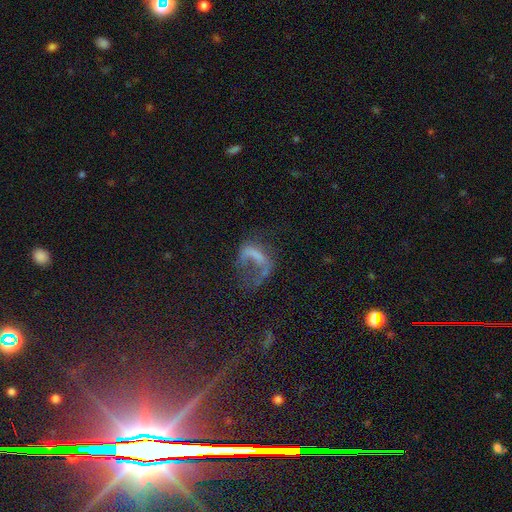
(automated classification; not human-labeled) Smooth or featured: featured or disk — 48% (smooth — 30%)
Merging: major disturbance — 54% (none — 25%)